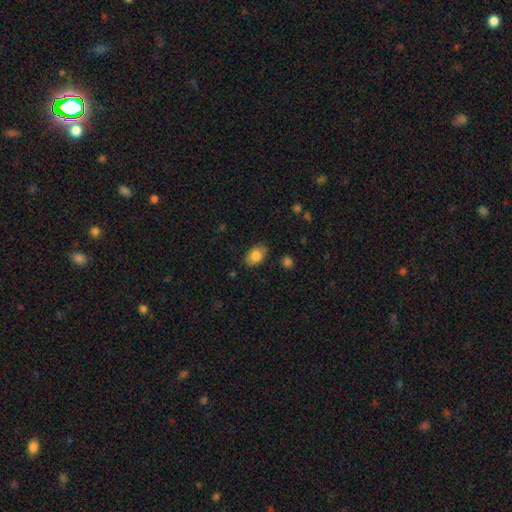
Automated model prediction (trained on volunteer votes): Morphology: type=smooth (82%); roundness=in between (86%); merging=none (83%).